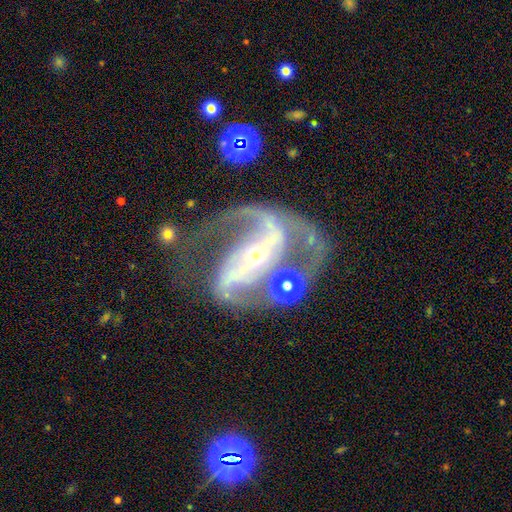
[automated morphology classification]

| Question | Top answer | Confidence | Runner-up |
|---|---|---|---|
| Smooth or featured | featured or disk | 90% | star or artifact (7%) |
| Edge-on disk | no | 97% | yes (3%) |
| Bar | strong | 67% | weak (19%) |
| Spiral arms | yes | 96% | no (4%) |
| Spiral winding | medium | 54% | loose (29%) |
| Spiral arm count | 2 | 87% | 3 (4%) |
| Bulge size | small | 74% | moderate (22%) |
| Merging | none | 50% | major disturbance (21%) |